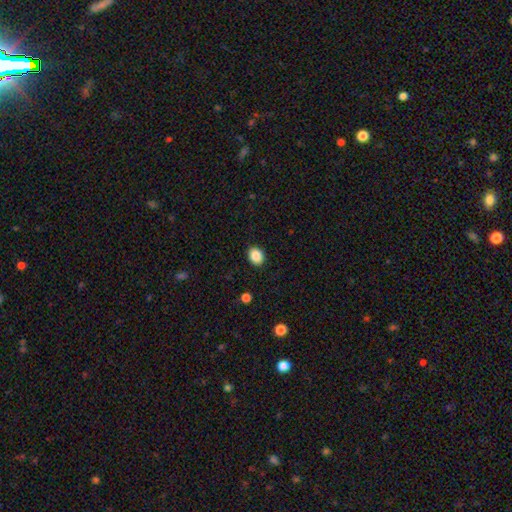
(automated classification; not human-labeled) Smooth or featured? Predicted: smooth (p=0.88). How rounded? Predicted: round (p=0.51). Merging? Predicted: none (p=0.90).